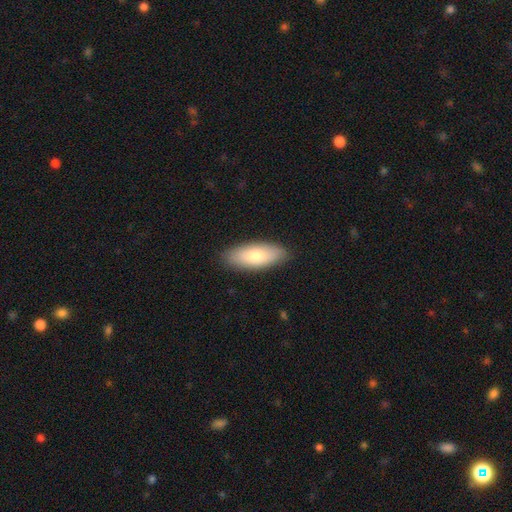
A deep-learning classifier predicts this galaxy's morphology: This appears to be a smooth galaxy with no disk features (74%) that is in between round and cigar-shaped (78%). Merging: none (89%).